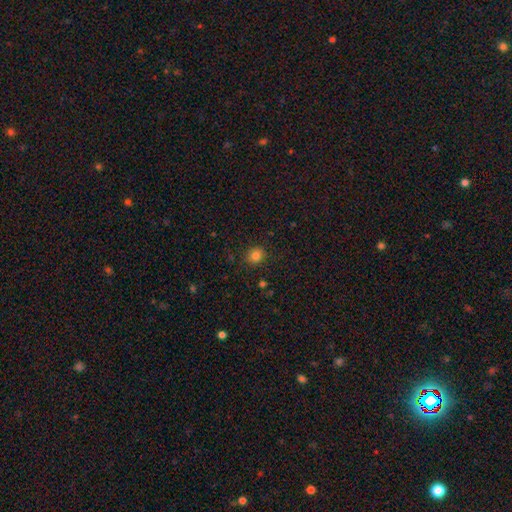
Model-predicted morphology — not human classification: Overall: smooth (82%). How rounded: round (80%). Merging: none (89%).